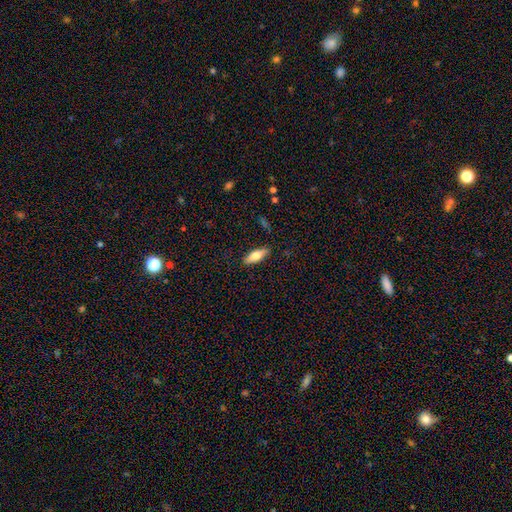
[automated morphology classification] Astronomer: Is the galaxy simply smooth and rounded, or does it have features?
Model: smooth — 69%.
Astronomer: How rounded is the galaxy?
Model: in between — 64%.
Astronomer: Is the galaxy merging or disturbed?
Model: none — 87%.